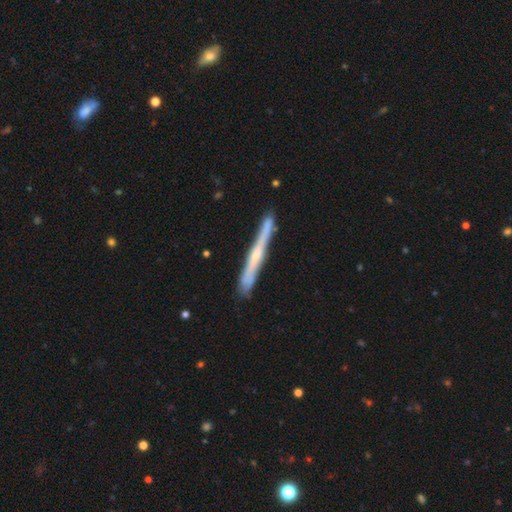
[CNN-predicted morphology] This appears to be a featured or disk galaxy (63%) viewed edge-on (96%) with a rounded central bulge (51%). Merging: none (82%).